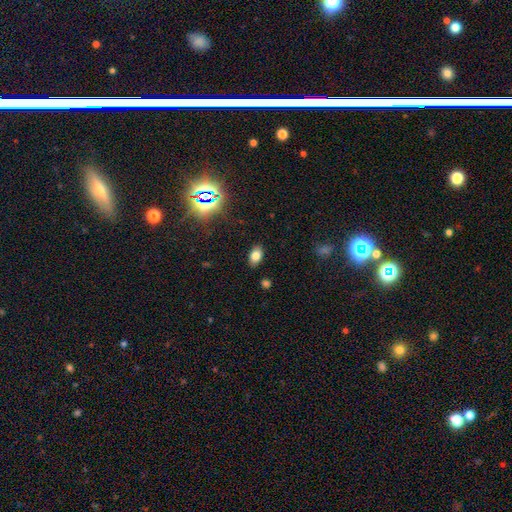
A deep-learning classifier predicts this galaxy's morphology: type=smooth (77%); roundness=in between (89%); merging=none (87%).